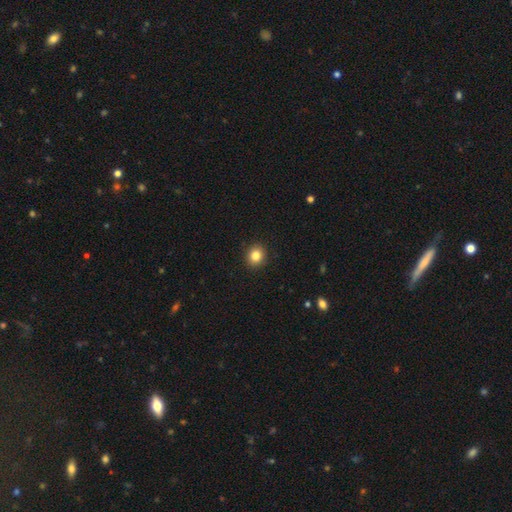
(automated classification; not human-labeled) This appears to be a smooth galaxy with no disk features (84%) that is round (83%). Merging: none (92%).